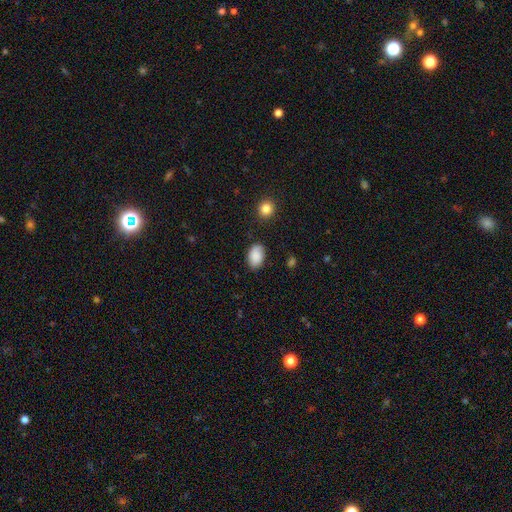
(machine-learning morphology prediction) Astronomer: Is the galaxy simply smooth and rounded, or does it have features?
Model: smooth — 88%.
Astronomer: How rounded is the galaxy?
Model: in between — 87%.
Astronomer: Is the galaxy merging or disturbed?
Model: none — 80%.